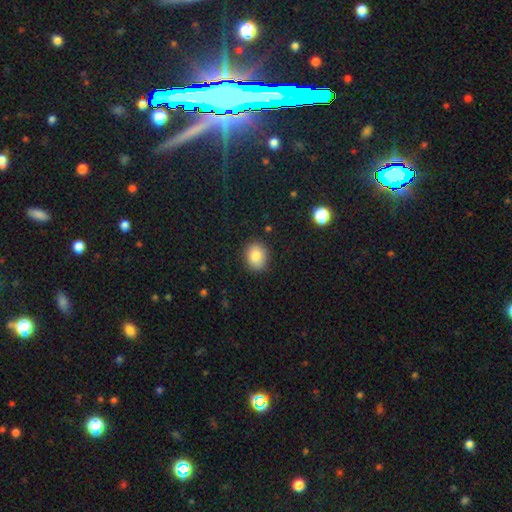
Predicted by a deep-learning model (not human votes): A smooth galaxy with no disk features (85%) that is round (55%). Merging: none (86%).